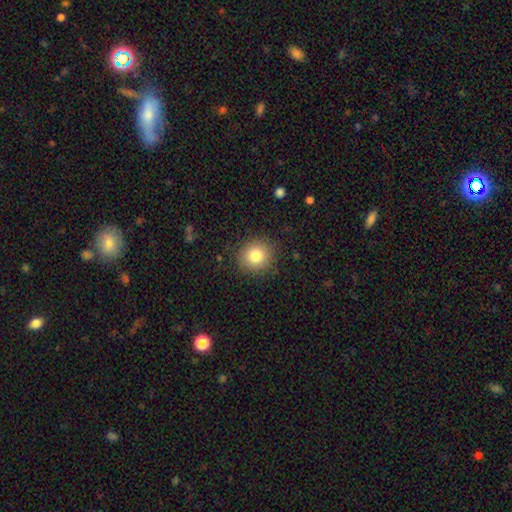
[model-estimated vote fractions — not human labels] Smooth or featured? smooth (81%)
How rounded? round (88%)
Merging? none (88%)